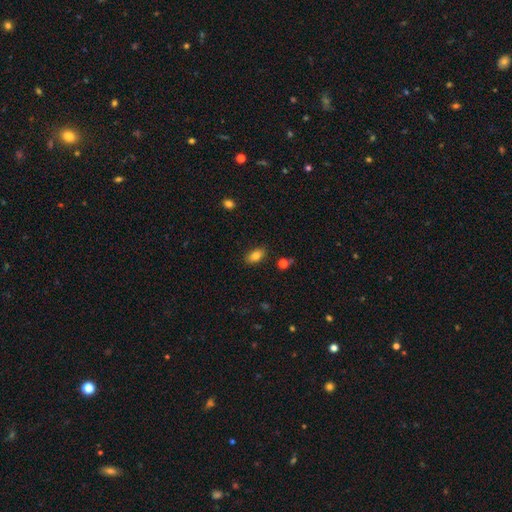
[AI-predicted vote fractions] A smooth galaxy with no disk features (83%) that is in between round and cigar-shaped (88%).

Vote fractions:
- Smooth or featured? smooth: 83% / star or artifact: 9% / featured or disk: 8%
- How rounded? in between: 88% / round: 9% / cigar-shaped: 3%
- Merging? none: 84% / minor disturbance: 12% / major disturbance: 3% / merger: 2%